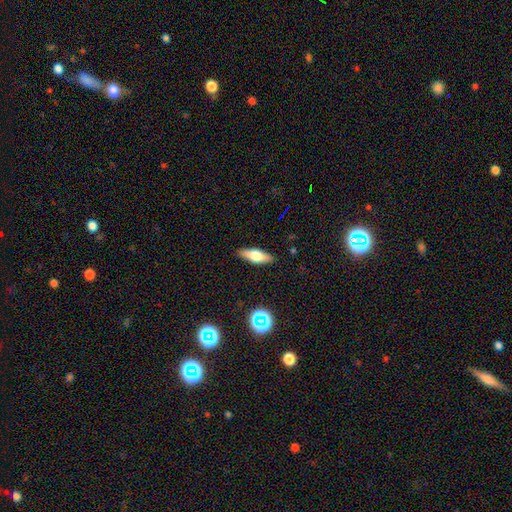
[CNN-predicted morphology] type=smooth (53%); roundness=in between (57%); merging=none (88%).